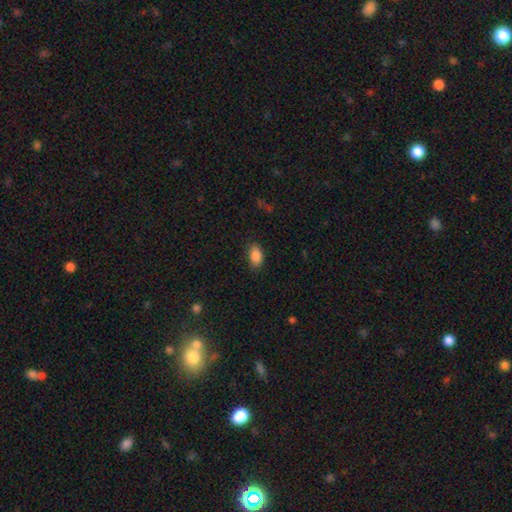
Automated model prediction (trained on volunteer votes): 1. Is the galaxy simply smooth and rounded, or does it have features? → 88% smooth, 8% star or artifact, 4% featured or disk.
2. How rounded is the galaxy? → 91% in between, 6% round, 3% cigar-shaped.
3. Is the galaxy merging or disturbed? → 83% none, 13% minor disturbance, 3% major disturbance, 1% merger.